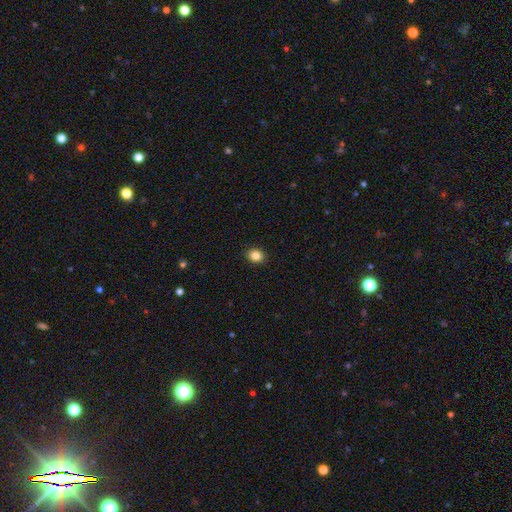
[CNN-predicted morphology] smooth 85%, star or artifact 11%, featured or disk 5%. Down the decision tree: how rounded — round (61%); merging — none (91%).